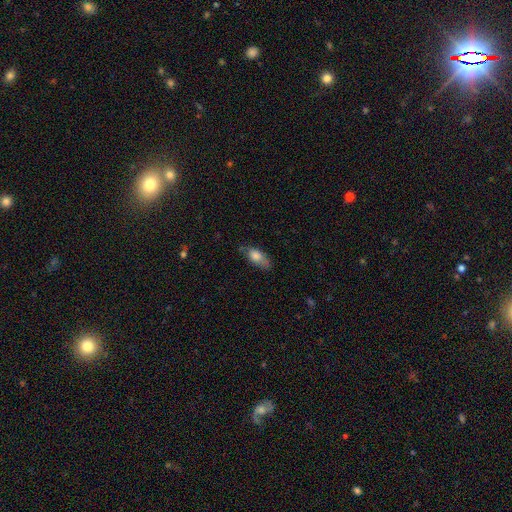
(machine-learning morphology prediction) type=smooth (76%); roundness=in between (79%); merging=none (57%).